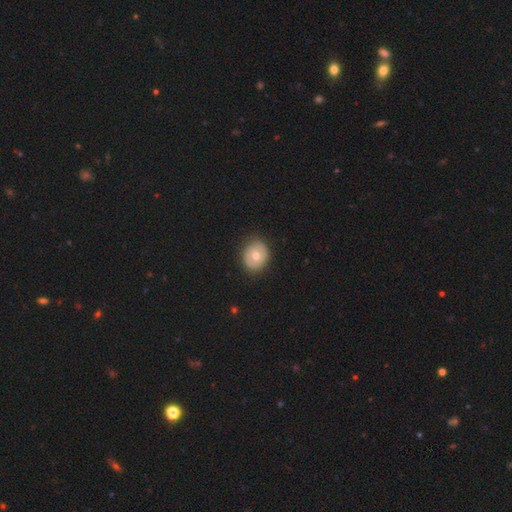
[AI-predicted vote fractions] Smooth or featured?
  - smooth: 58% *
  - featured or disk: 36%
  - star or artifact: 6%
How rounded?
  - round: 72% *
  - in between: 27%
  - cigar-shaped: 1%
Merging?
  - none: 87% *
  - minor disturbance: 10%
  - major disturbance: 2%
  - merger: 1%